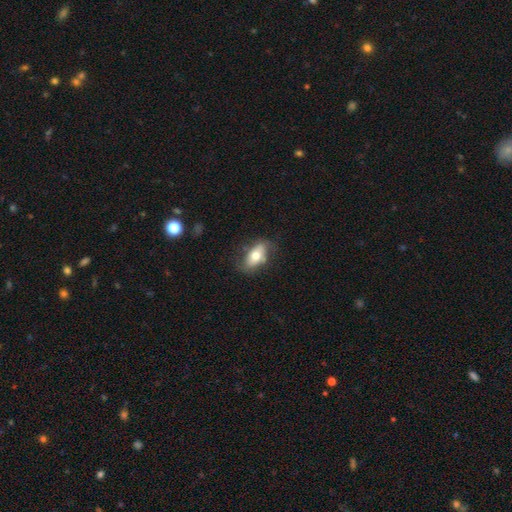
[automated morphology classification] smooth 68%, featured or disk 25%, star or artifact 7%. Down the decision tree: how rounded — in between (88%); merging — none (67%).